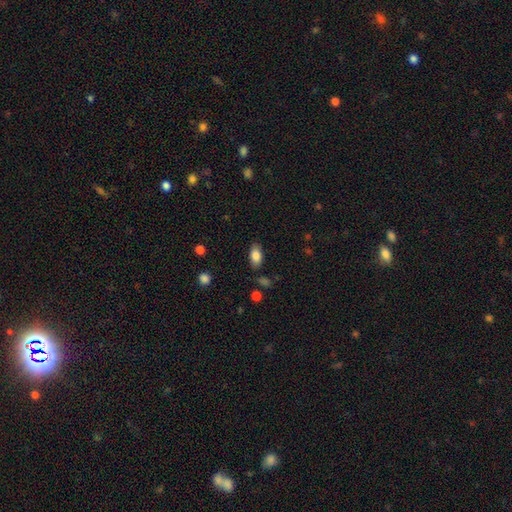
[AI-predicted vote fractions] Q: Smooth or featured?
A: smooth (84%); runner-up: featured or disk (9%)
Q: How rounded?
A: in between (91%); runner-up: round (5%)
Q: Merging?
A: none (82%); runner-up: minor disturbance (13%)